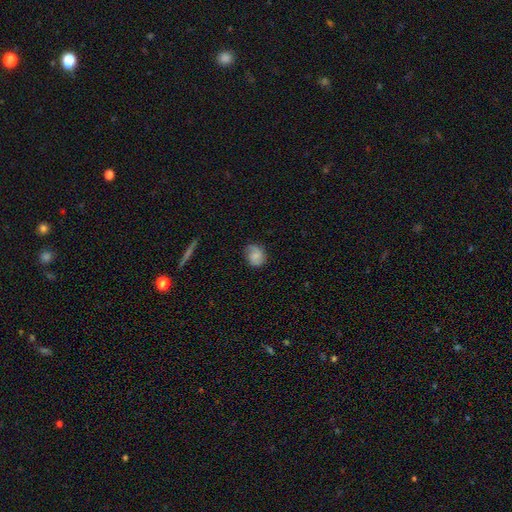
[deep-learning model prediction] A smooth galaxy with no disk features (68%) that is round (59%). Merging: none (70%).